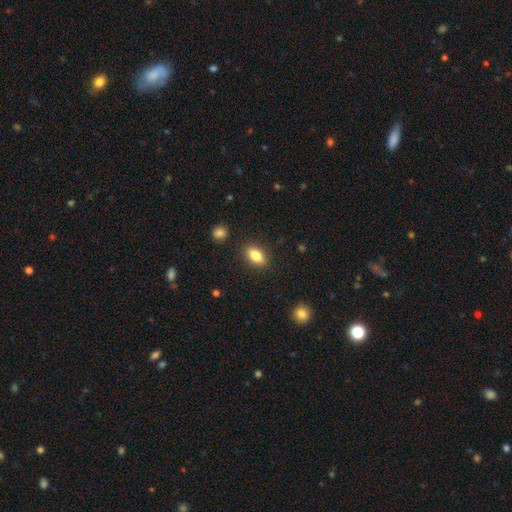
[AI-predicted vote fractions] A smooth galaxy with no disk features (83%) that is in between round and cigar-shaped (87%).

Vote fractions:
- Smooth or featured? smooth: 83% / featured or disk: 9% / star or artifact: 8%
- How rounded? in between: 87% / round: 7% / cigar-shaped: 6%
- Merging? none: 88% / minor disturbance: 8% / major disturbance: 2% / merger: 2%